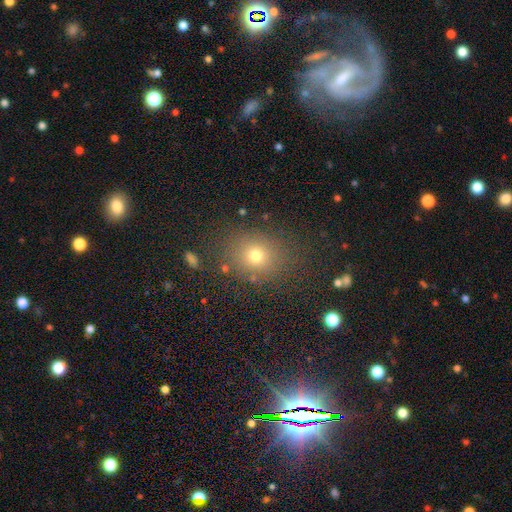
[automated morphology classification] Smooth or featured? smooth (72%)
How rounded? round (64%)
Merging? none (81%)